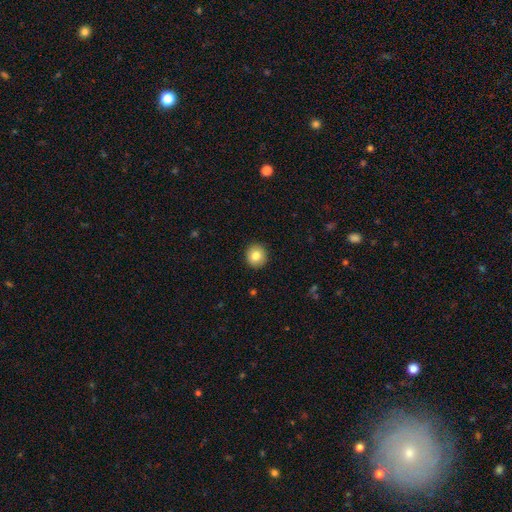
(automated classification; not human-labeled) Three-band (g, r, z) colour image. It shows a smooth galaxy with no disk features (81%) that is round (91%). Merging: none (92%).